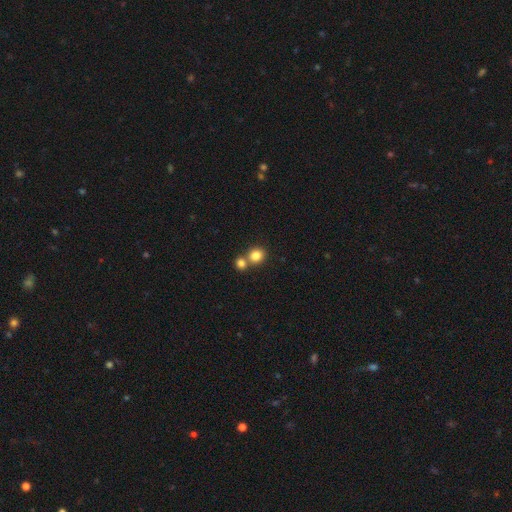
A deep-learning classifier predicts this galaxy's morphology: Overall: smooth (83%). How rounded: round (83%). Merging: none (52%; merger 40%).